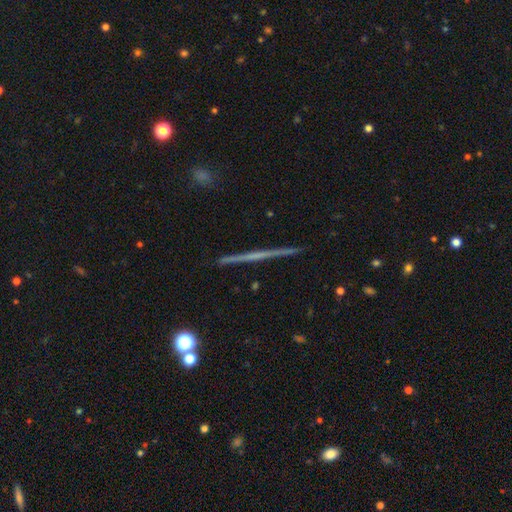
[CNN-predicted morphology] Q: Smooth or featured?
A: featured or disk (73%); runner-up: smooth (19%)
Q: Edge-on disk?
A: yes (98%); runner-up: no (2%)
Q: Edge-on bulge?
A: none (73%); runner-up: rounded (21%)
Q: Merging?
A: none (93%); runner-up: minor disturbance (5%)